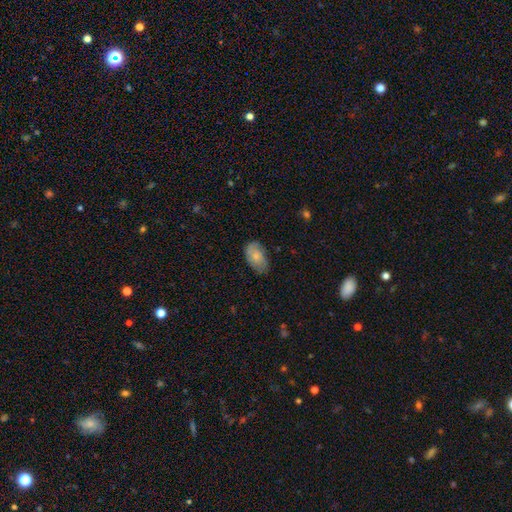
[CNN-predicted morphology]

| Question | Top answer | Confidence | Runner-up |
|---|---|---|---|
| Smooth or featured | smooth | 74% | featured or disk (20%) |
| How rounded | in between | 93% | round (5%) |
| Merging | none | 71% | minor disturbance (24%) |